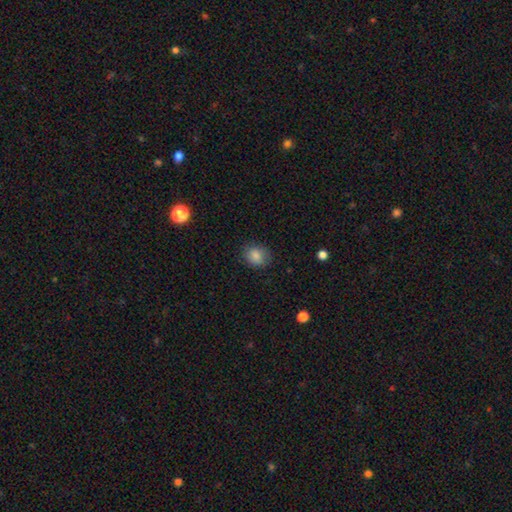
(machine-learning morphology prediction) This is clearly a smooth galaxy (86%). How rounded: likely round (68%). Merging: clearly none (83%).